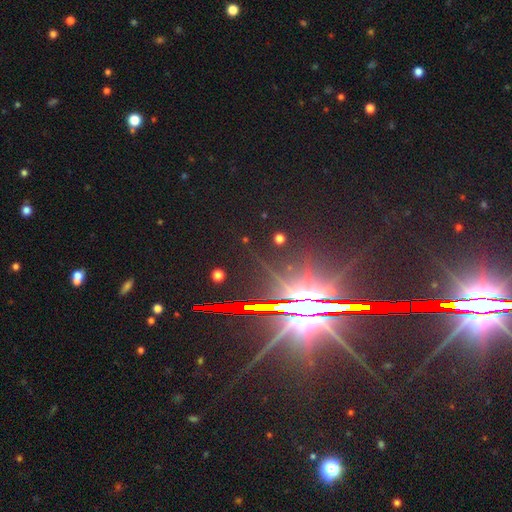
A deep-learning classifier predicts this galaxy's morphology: Overall: star or artifact (79%).